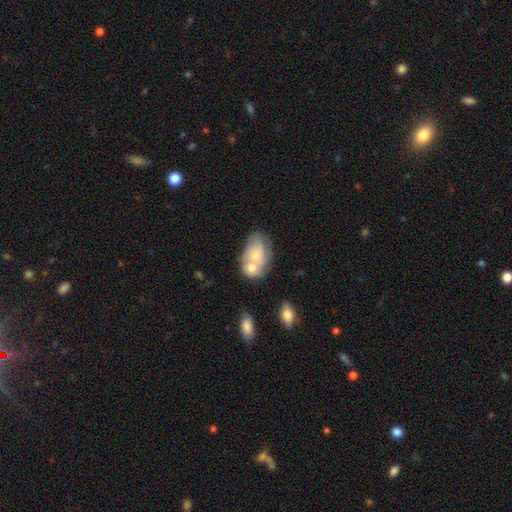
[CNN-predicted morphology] Smooth or featured: smooth — 61% (featured or disk — 32%)
How rounded: in between — 78% (round — 20%)
Merging: merger — 62% (none — 20%)